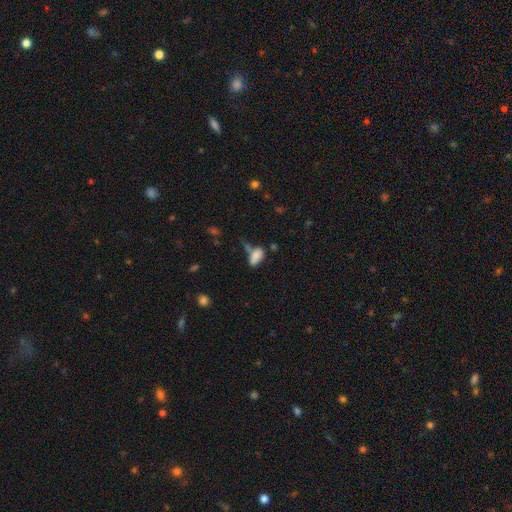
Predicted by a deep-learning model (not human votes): smooth-or-featured: smooth: 78% | featured or disk: 12% | star or artifact: 10%
  how-rounded: in between: 89% | cigar-shaped: 6% | round: 5%
  merging: none: 37% | merger: 24% | minor disturbance: 24% | major disturbance: 15%